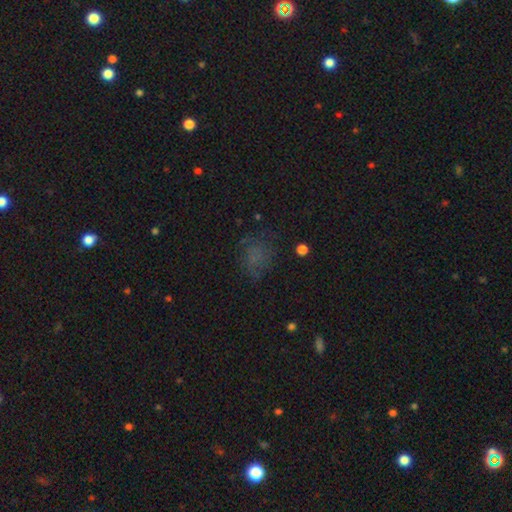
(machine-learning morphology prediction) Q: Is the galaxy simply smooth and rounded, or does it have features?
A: smooth — 54%.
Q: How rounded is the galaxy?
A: round — 51%.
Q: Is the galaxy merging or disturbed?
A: none — 58%.